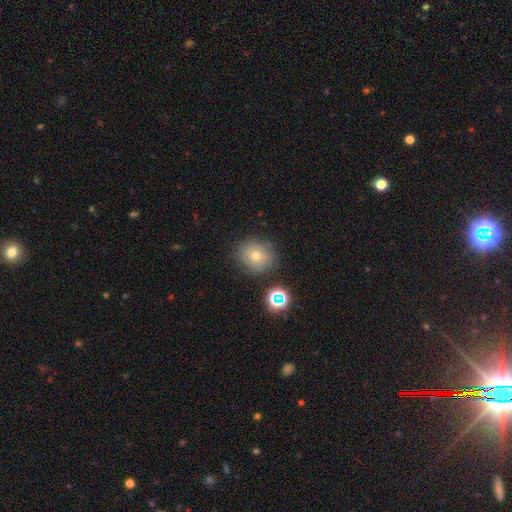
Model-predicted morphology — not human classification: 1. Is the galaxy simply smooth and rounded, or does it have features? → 67% smooth, 16% star or artifact, 16% featured or disk.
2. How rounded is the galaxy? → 82% round, 17% in between, 1% cigar-shaped.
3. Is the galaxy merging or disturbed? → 79% none, 13% minor disturbance, 5% merger, 4% major disturbance.